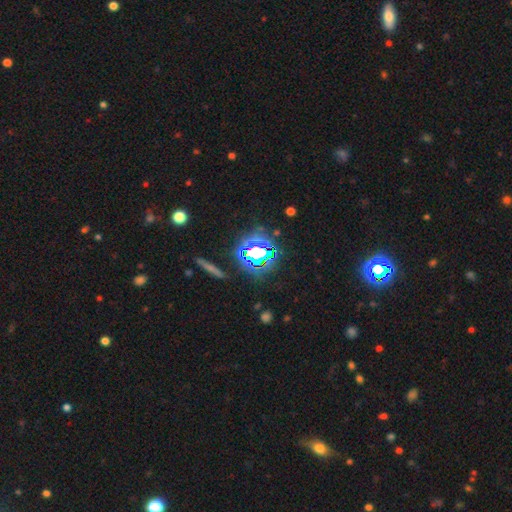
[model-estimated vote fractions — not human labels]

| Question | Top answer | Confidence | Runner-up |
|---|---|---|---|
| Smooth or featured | star or artifact | 70% | smooth (17%) |